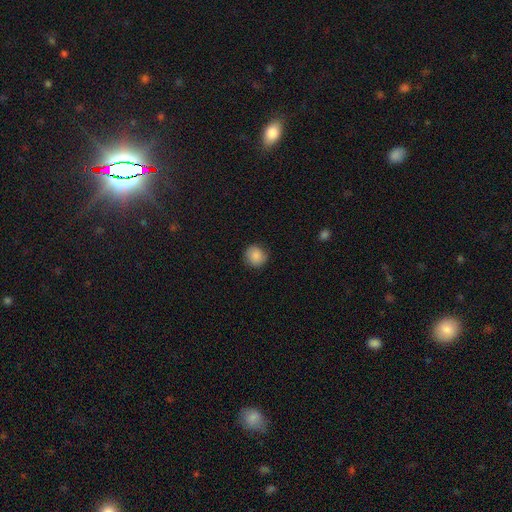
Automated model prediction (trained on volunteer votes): Q: Smooth or featured?
A: smooth (87%); runner-up: star or artifact (9%)
Q: How rounded?
A: round (90%); runner-up: in between (9%)
Q: Merging?
A: none (87%); runner-up: minor disturbance (10%)